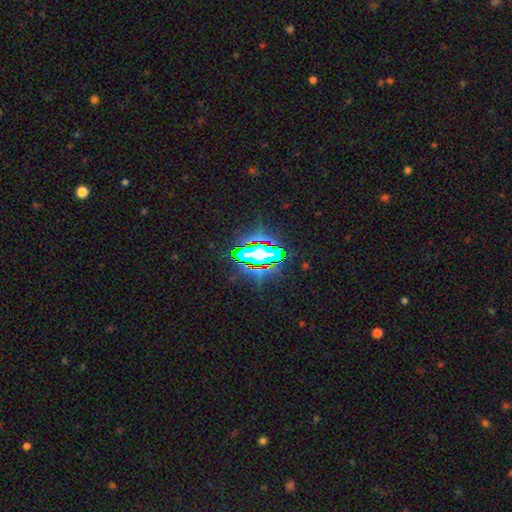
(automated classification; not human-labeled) A star or artifact, not a galaxy (69%).

Vote fractions:
- Smooth or featured? star or artifact: 69% / smooth: 17% / featured or disk: 14%